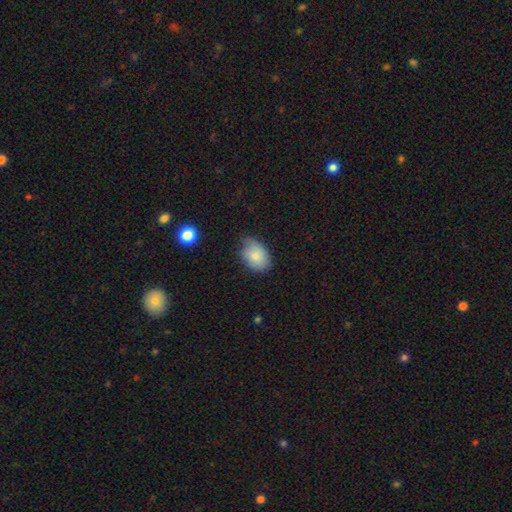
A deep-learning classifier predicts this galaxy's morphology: Overall: smooth (79%). How rounded: in between (79%). Merging: none (61%; minor disturbance 32%).